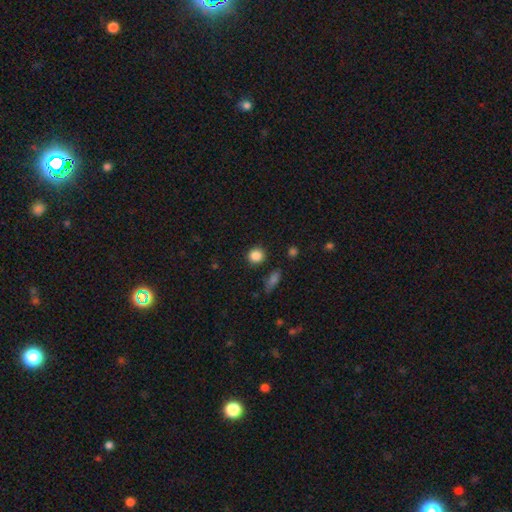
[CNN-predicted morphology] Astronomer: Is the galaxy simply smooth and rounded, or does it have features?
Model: smooth — 86%.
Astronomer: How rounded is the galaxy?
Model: round — 88%.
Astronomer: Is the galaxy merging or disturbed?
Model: none — 87%.